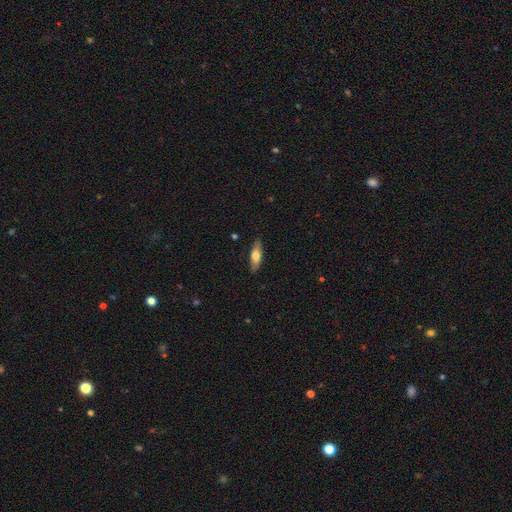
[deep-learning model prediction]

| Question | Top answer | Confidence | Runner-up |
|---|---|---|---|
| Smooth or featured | smooth | 63% | featured or disk (32%) |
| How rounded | cigar-shaped | 51% | in between (47%) |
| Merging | none | 87% | minor disturbance (10%) |